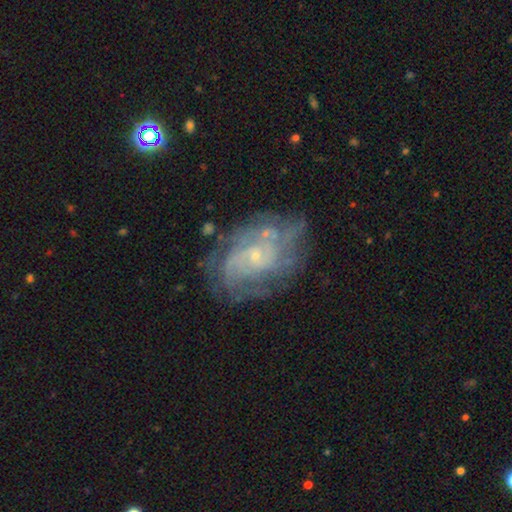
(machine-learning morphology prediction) Smooth or featured? featured or disk (82%)
Edge-on disk? no (97%)
Bar? no (72%)
Spiral arms? yes (88%)
Spiral winding? tight (57%)
Spiral arm count? can't tell (44%)
Bulge size? small (79%)
Merging? none (65%)